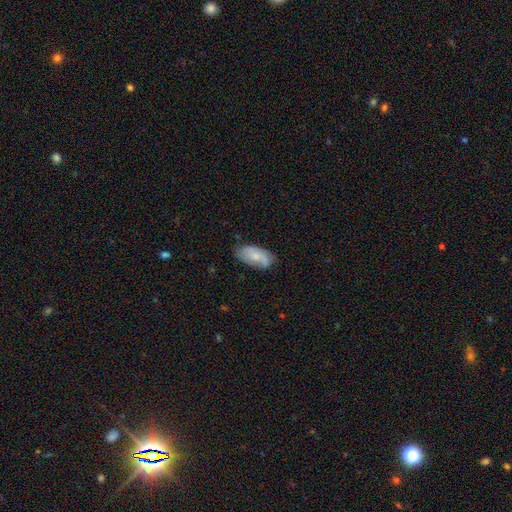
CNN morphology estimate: This appears to be a smooth galaxy with no disk features (59%) that is in between round and cigar-shaped (92%). Merging: none (67%).